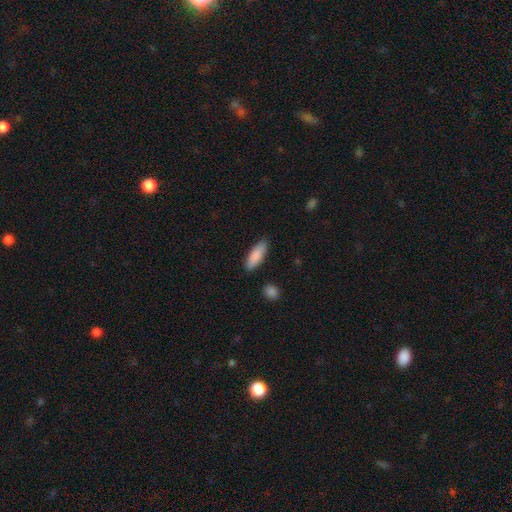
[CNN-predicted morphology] Q: Smooth or featured?
A: smooth (86%); runner-up: featured or disk (8%)
Q: How rounded?
A: in between (56%); runner-up: cigar-shaped (43%)
Q: Merging?
A: none (86%); runner-up: minor disturbance (10%)